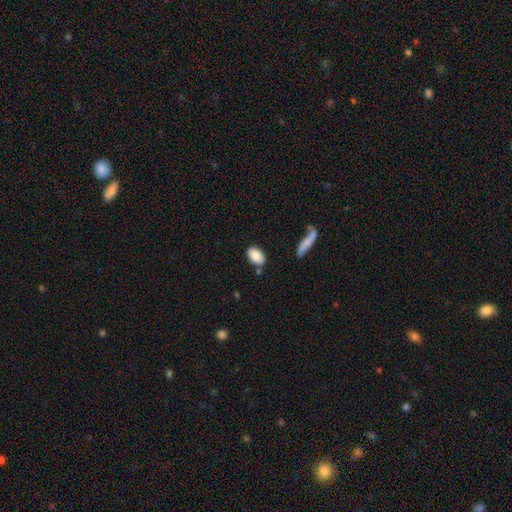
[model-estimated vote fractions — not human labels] Smooth or featured?
  - smooth: 85% *
  - featured or disk: 8%
  - star or artifact: 7%
How rounded?
  - in between: 90% *
  - round: 8%
  - cigar-shaped: 2%
Merging?
  - none: 77% *
  - minor disturbance: 14%
  - merger: 6%
  - major disturbance: 3%